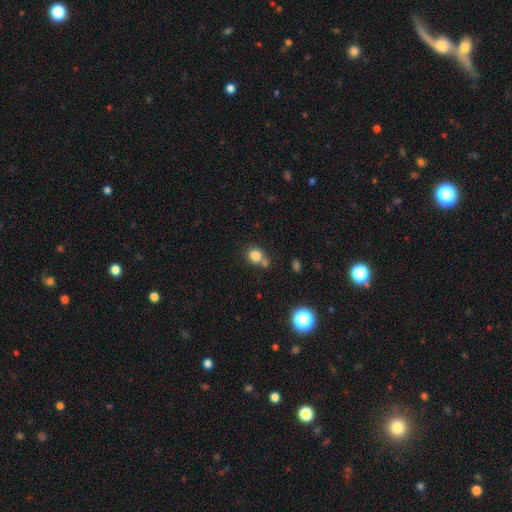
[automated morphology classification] This appears to be a smooth galaxy with no disk features (80%) that is round (81%). Merging: none (53%).